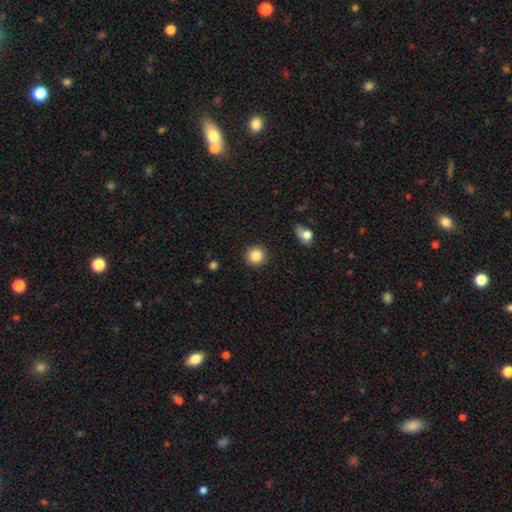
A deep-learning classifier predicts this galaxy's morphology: This appears to be a smooth galaxy with no disk features (86%) that is round (92%). Merging: none (89%).